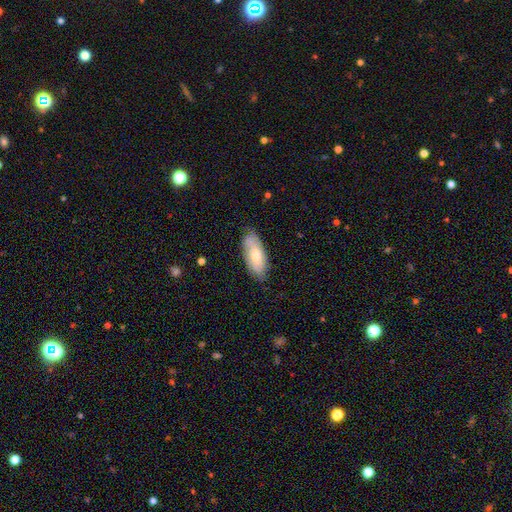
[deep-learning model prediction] Q: Smooth or featured?
A: smooth (67%); runner-up: featured or disk (27%)
Q: How rounded?
A: in between (81%); runner-up: cigar-shaped (17%)
Q: Merging?
A: none (74%); runner-up: minor disturbance (20%)